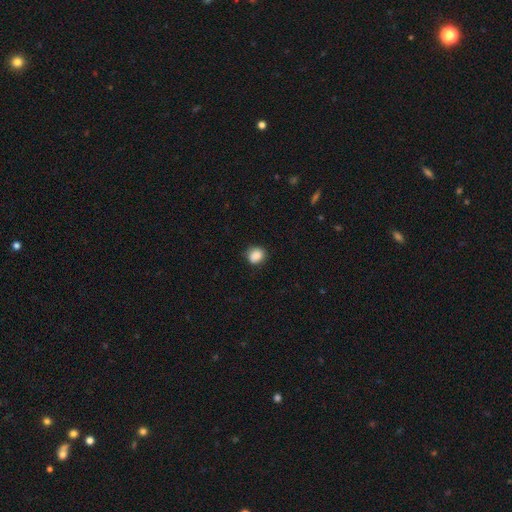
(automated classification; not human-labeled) The model was most divided on "how rounded": round: 71%, in between: 28%, cigar-shaped: 1%. More confident: smooth or featured — smooth (88%); merging — none (81%).